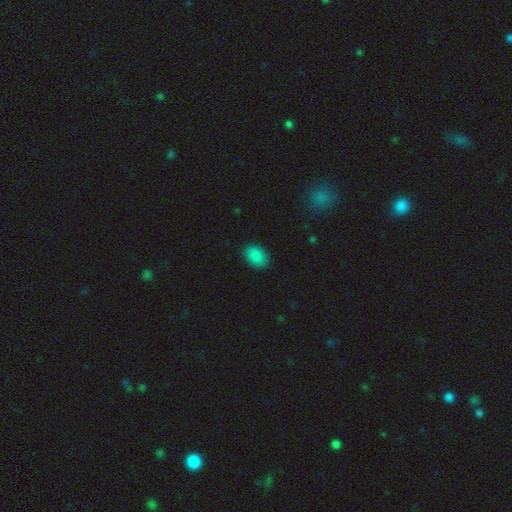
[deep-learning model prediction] Smooth or featured? smooth (88%)
How rounded? in between (82%)
Merging? none (88%)